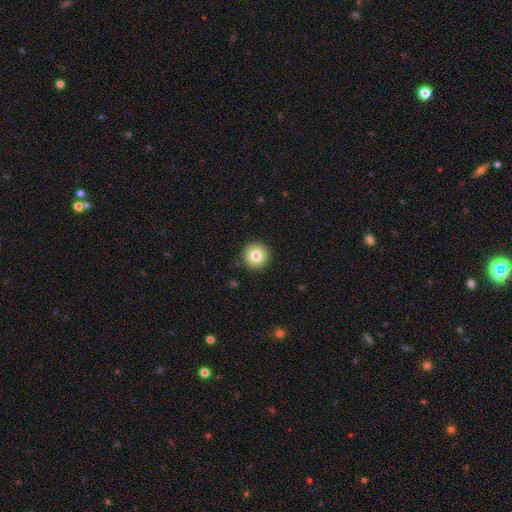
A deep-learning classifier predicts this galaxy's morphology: Smooth or featured?
  - smooth: 79% *
  - featured or disk: 12%
  - star or artifact: 10%
How rounded?
  - round: 96% *
  - in between: 3%
  - cigar-shaped: 1%
Merging?
  - none: 92% *
  - minor disturbance: 5%
  - major disturbance: 2%
  - merger: 1%